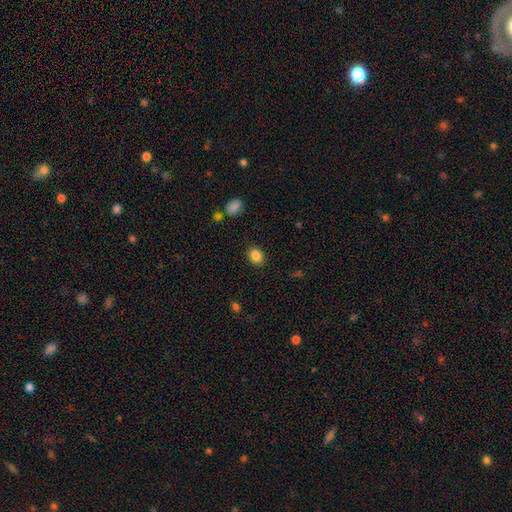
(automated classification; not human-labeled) Morphology: type=smooth (86%); roundness=in between (59%); merging=none (87%).